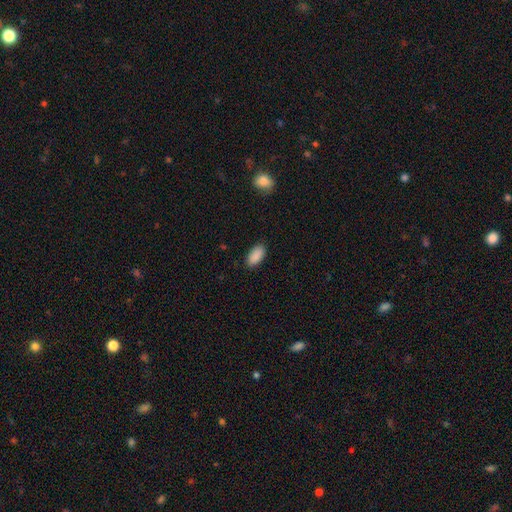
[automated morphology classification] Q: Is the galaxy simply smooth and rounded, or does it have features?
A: smooth — 90%.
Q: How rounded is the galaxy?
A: in between — 93%.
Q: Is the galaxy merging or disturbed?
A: none — 88%.